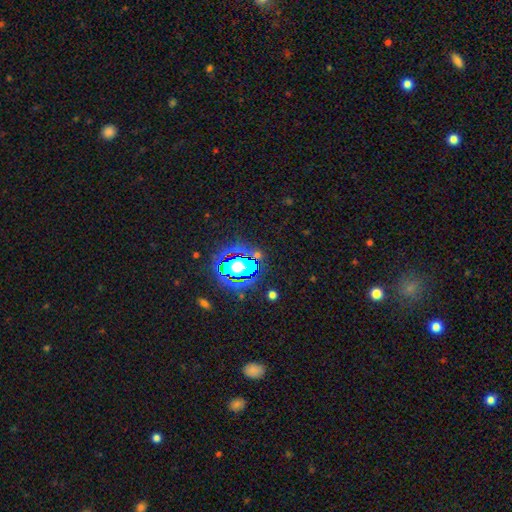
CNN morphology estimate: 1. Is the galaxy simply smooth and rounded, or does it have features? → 66% star or artifact, 21% smooth, 12% featured or disk.